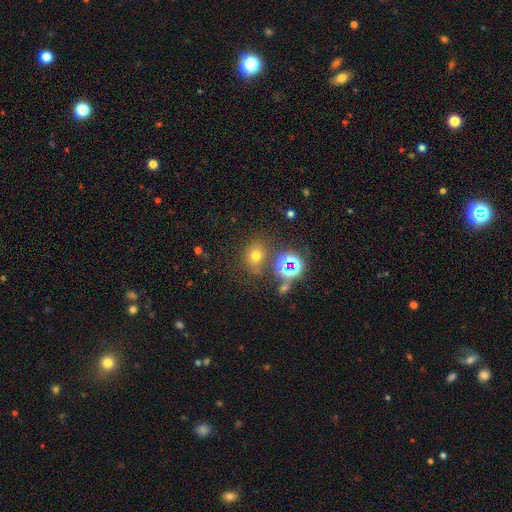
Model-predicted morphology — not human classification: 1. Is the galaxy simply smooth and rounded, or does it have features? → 60% smooth, 29% star or artifact, 11% featured or disk.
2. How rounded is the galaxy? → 64% round, 35% in between, 1% cigar-shaped.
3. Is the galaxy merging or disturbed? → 71% none, 13% minor disturbance, 10% merger, 6% major disturbance.